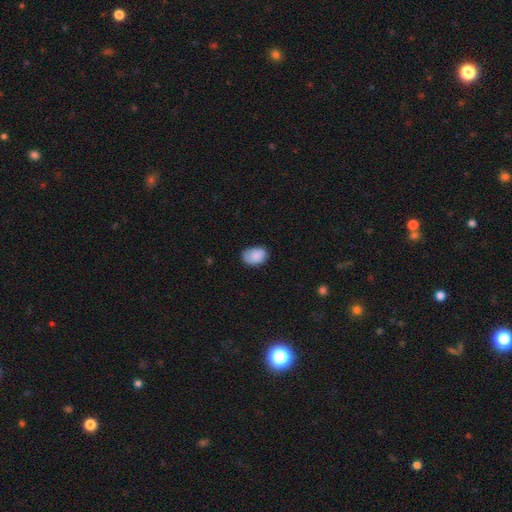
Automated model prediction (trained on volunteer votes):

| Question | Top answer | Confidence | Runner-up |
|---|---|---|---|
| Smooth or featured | smooth | 86% | star or artifact (7%) |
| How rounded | in between | 80% | round (19%) |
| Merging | none | 69% | minor disturbance (25%) |